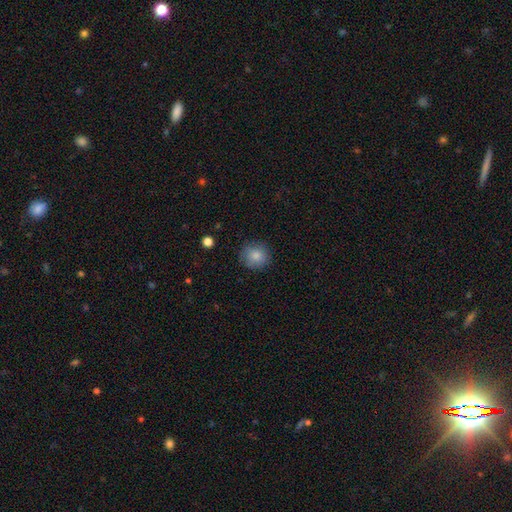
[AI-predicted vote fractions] A smooth galaxy with no disk features (84%) that is round (87%).

Vote fractions:
- Smooth or featured? smooth: 84% / star or artifact: 9% / featured or disk: 7%
- How rounded? round: 87% / in between: 12% / cigar-shaped: 1%
- Merging? none: 85% / minor disturbance: 11% / major disturbance: 3% / merger: 1%